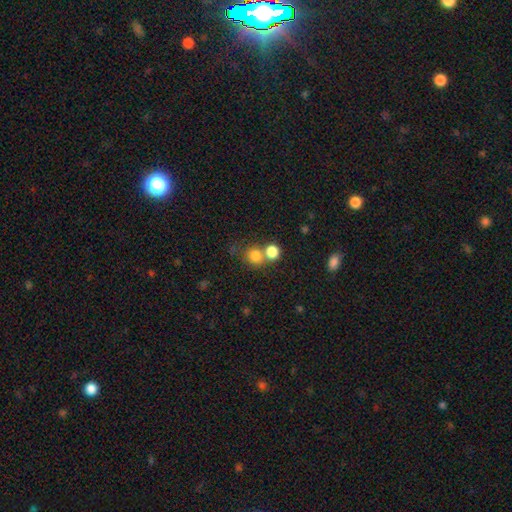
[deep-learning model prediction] A smooth galaxy with no disk features (79%) that is round (81%).

Vote fractions:
- Smooth or featured? smooth: 79% / star or artifact: 13% / featured or disk: 8%
- How rounded? round: 81% / in between: 18% / cigar-shaped: 1%
- Merging? none: 49% / merger: 40% / minor disturbance: 8% / major disturbance: 4%